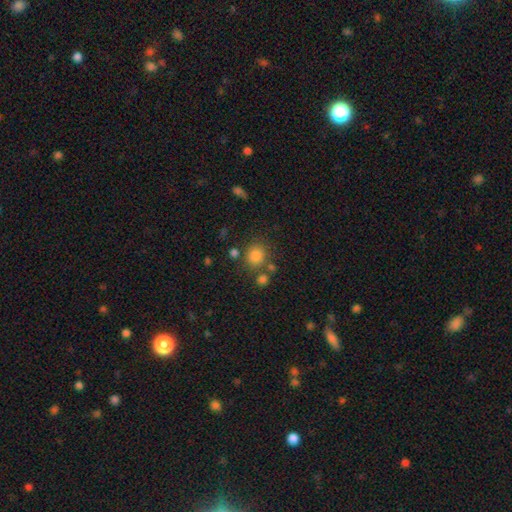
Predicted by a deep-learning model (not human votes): Smooth or featured?
  - smooth: 82% *
  - star or artifact: 13%
  - featured or disk: 5%
How rounded?
  - round: 81% *
  - in between: 18%
  - cigar-shaped: 1%
Merging?
  - none: 74% *
  - merger: 11%
  - minor disturbance: 11%
  - major disturbance: 5%